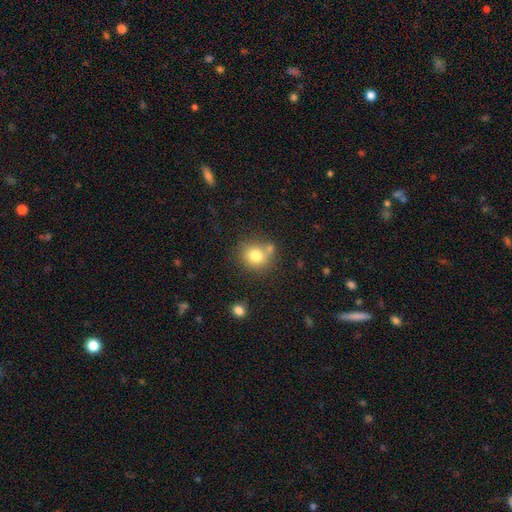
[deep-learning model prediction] smooth 77%, star or artifact 12%, featured or disk 11%. Down the decision tree: how rounded — round (81%); merging — none (61%).